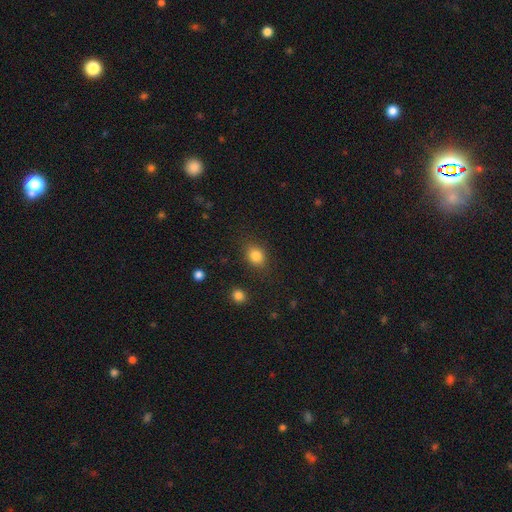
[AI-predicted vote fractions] Smooth or featured? Predicted: smooth (p=0.84). How rounded? Predicted: in between (p=0.52). Merging? Predicted: none (p=0.80).